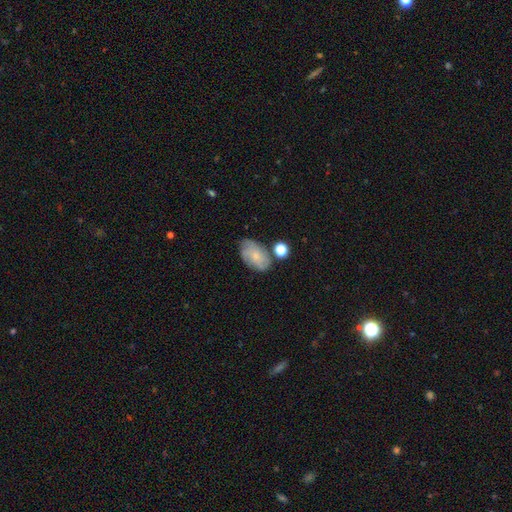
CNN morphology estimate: type=smooth (56%); roundness=in between (89%); merging=none (64%).